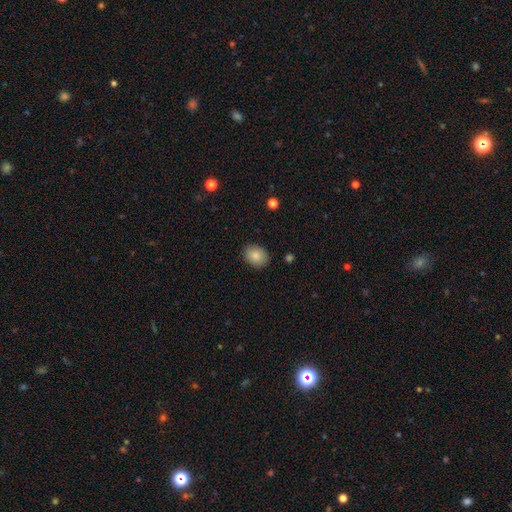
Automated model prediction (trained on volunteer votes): Q: Smooth or featured?
A: smooth (85%); runner-up: star or artifact (8%)
Q: How rounded?
A: in between (53%); runner-up: round (47%)
Q: Merging?
A: none (87%); runner-up: minor disturbance (10%)